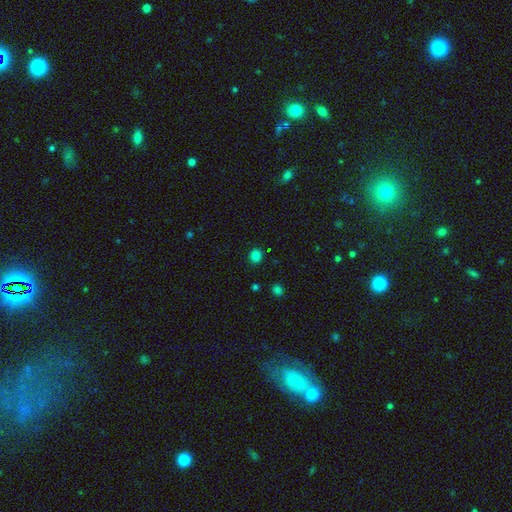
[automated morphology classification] This is clearly a smooth galaxy (82%). How rounded: clearly round (82%). Merging: clearly none (90%).